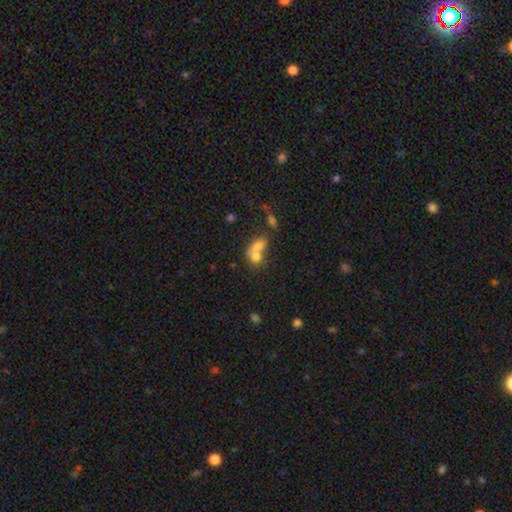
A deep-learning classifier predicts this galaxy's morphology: type=smooth (70%); roundness=in between (58%); merging=merger (72%).